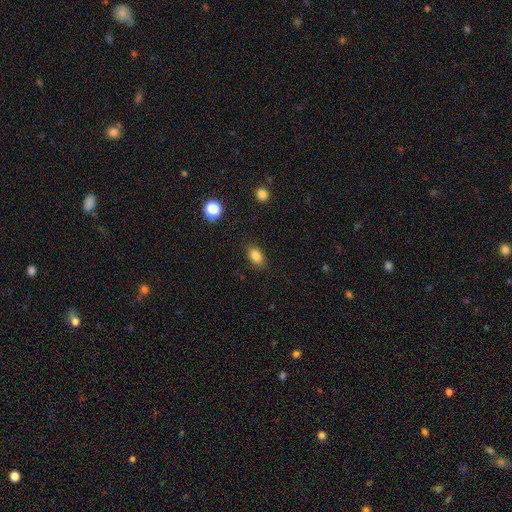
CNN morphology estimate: smooth-or-featured: smooth: 83% | star or artifact: 10% | featured or disk: 6%
  how-rounded: in between: 82% | round: 15% | cigar-shaped: 3%
  merging: none: 84% | minor disturbance: 12% | major disturbance: 3% | merger: 1%